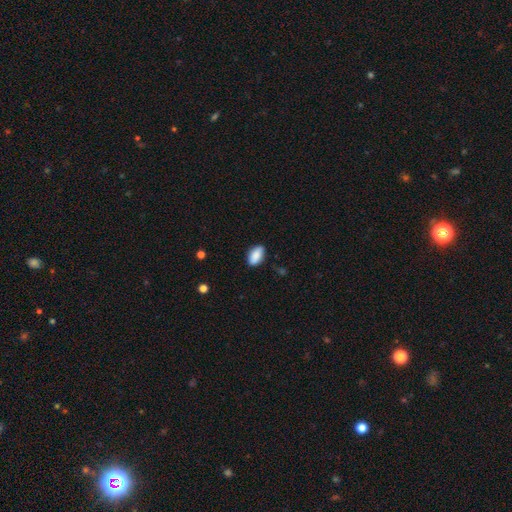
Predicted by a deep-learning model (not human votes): Smooth or featured: smooth — 87% (star or artifact — 7%)
How rounded: in between — 92% (round — 4%)
Merging: none — 82% (minor disturbance — 14%)